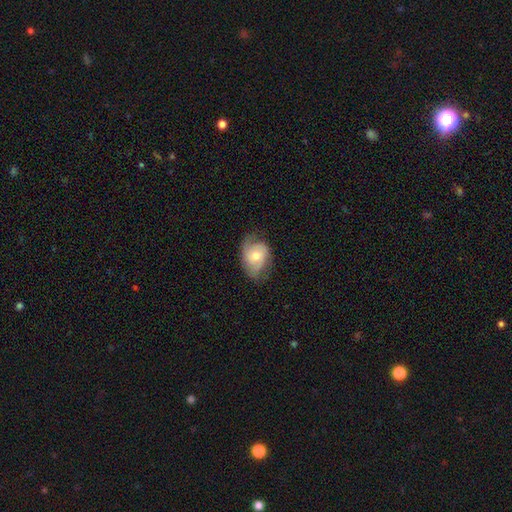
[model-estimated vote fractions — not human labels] This is possibly a featured or disk galaxy (50%). It is clearly not viewed edge-on (96%). Merging: possibly none (57%).